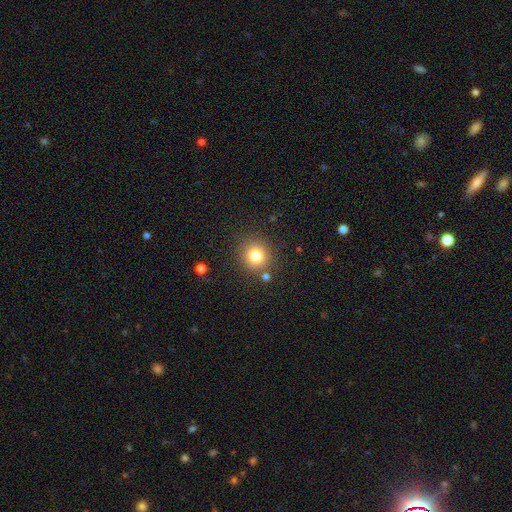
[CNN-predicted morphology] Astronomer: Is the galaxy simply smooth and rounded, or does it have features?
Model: smooth — 80%.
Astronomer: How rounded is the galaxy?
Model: round — 90%.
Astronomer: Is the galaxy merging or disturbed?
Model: none — 84%.